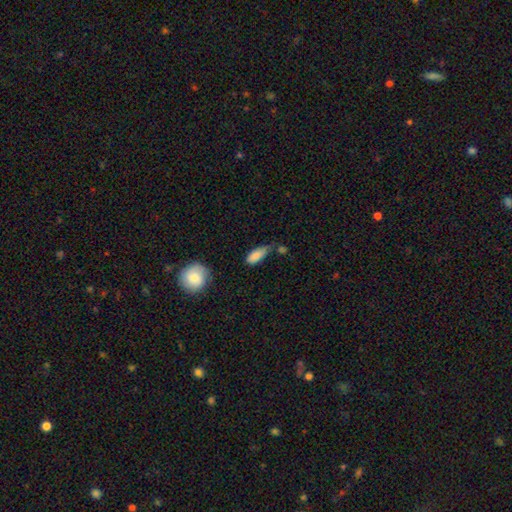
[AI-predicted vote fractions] The model was most divided on "merging": none: 40%, minor disturbance: 39%, major disturbance: 11%, merger: 10%. More confident: smooth or featured — smooth (84%); how rounded — in between (79%).